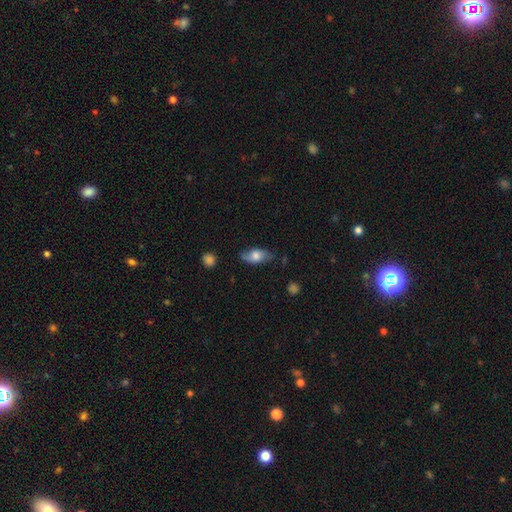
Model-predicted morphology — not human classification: Q: Smooth or featured?
A: smooth (58%); runner-up: featured or disk (35%)
Q: How rounded?
A: in between (87%); runner-up: cigar-shaped (7%)
Q: Merging?
A: none (70%); runner-up: minor disturbance (23%)